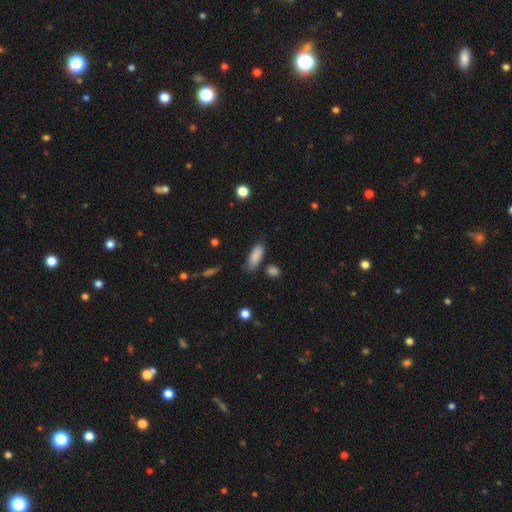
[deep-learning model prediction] smooth_or_featured: smooth (p=0.87) [alt: star or artifact p=0.07]
how_rounded: in between (p=0.65) [alt: cigar-shaped p=0.33]
merging: none (p=0.77) [alt: minor disturbance p=0.15]